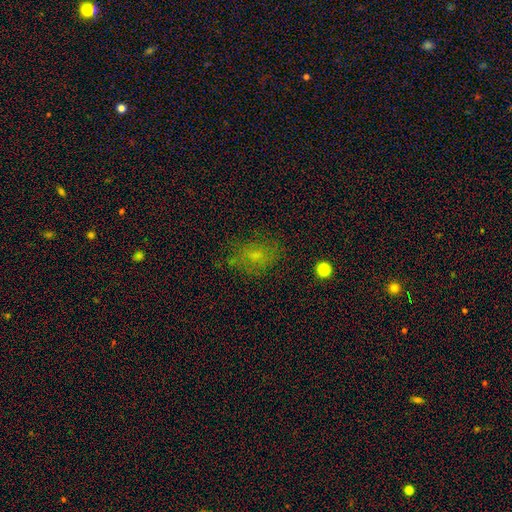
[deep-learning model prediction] Smooth or featured?
  - smooth: 59% *
  - featured or disk: 21%
  - star or artifact: 20%
How rounded?
  - in between: 68% *
  - round: 30%
  - cigar-shaped: 2%
Merging?
  - none: 62% *
  - minor disturbance: 22%
  - major disturbance: 13%
  - merger: 3%